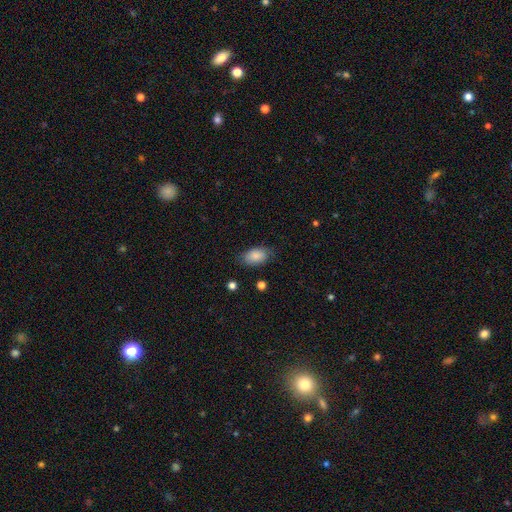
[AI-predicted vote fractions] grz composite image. It shows a smooth galaxy with no disk features (86%) that is in between round and cigar-shaped (91%). Merging: none (76%).